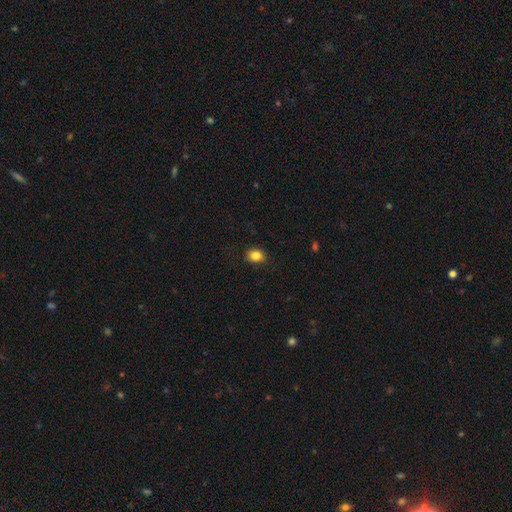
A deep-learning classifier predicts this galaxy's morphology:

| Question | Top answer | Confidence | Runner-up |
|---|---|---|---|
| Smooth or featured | smooth | 85% | star or artifact (10%) |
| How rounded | in between | 50% | round (49%) |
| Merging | none | 86% | minor disturbance (11%) |